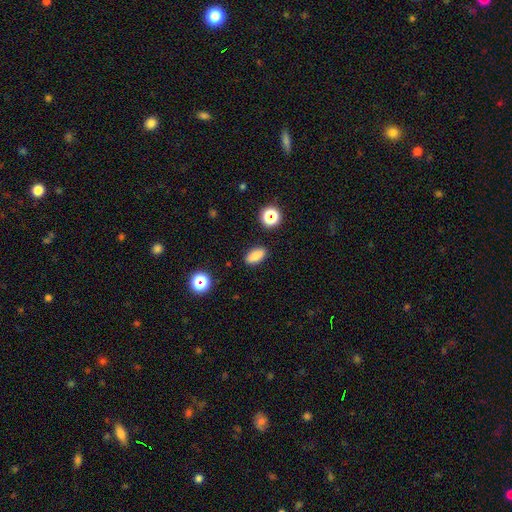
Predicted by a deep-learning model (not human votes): Overall: smooth (84%). How rounded: in between (85%). Merging: none (88%).